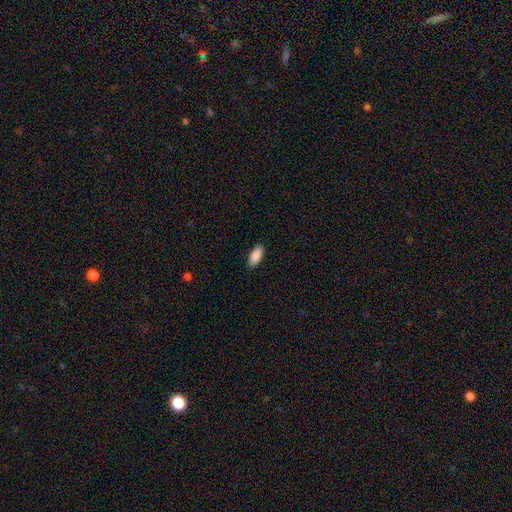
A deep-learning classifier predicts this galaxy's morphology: A smooth galaxy with no disk features (89%) that is in between round and cigar-shaped (85%). Merging: none (89%).